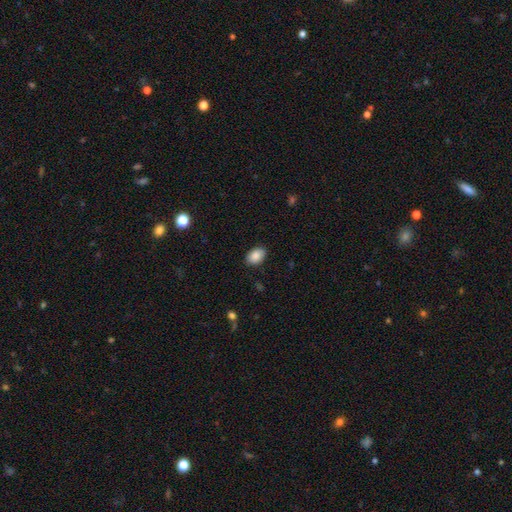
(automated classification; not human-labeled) Q: Smooth or featured?
A: smooth (88%); runner-up: star or artifact (7%)
Q: How rounded?
A: in between (87%); runner-up: round (12%)
Q: Merging?
A: none (87%); runner-up: minor disturbance (10%)